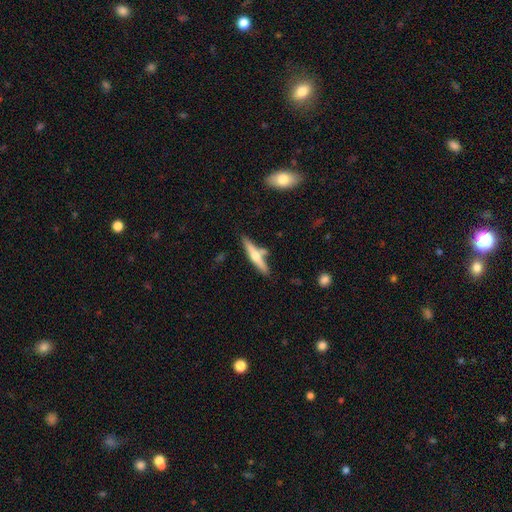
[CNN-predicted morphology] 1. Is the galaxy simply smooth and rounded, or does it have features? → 53% featured or disk, 41% smooth, 6% star or artifact.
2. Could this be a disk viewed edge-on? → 95% yes, 5% no.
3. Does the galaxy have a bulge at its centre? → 85% rounded, 9% none, 5% boxy.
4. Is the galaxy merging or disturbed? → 69% none, 14% merger, 13% minor disturbance, 3% major disturbance.